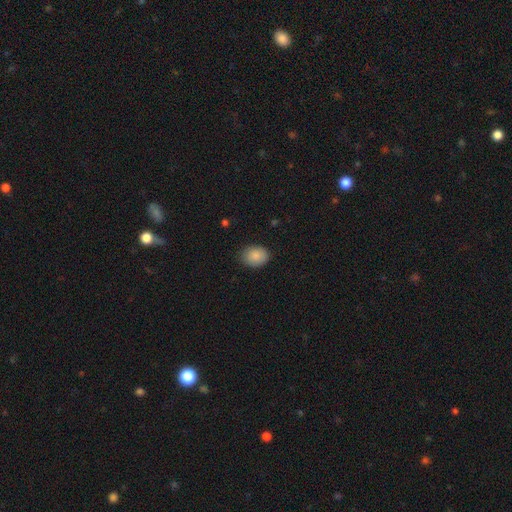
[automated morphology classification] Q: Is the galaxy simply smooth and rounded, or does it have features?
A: smooth — 88%.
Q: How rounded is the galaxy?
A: in between — 69%.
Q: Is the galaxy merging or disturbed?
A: none — 83%.